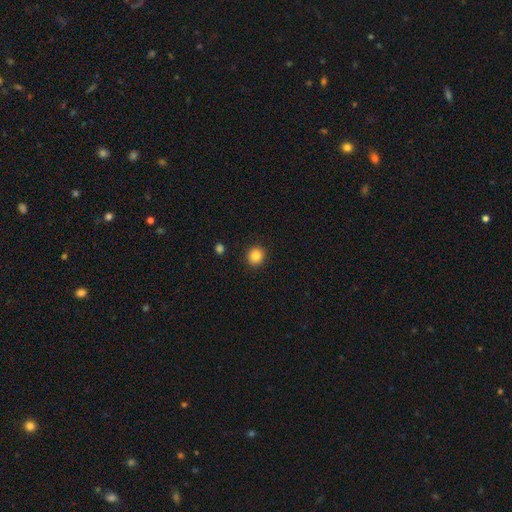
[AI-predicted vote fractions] Q: Smooth or featured?
A: smooth (86%); runner-up: star or artifact (10%)
Q: How rounded?
A: round (88%); runner-up: in between (11%)
Q: Merging?
A: none (91%); runner-up: minor disturbance (6%)